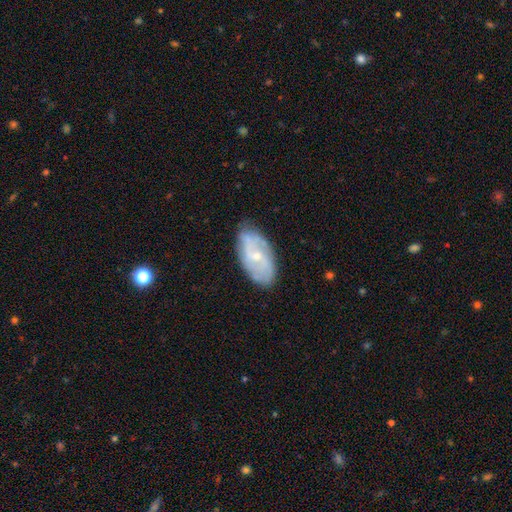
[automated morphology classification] Smooth or featured: featured or disk — 64% (smooth — 29%)
Edge-on disk: no — 92% (yes — 8%)
Bar: no — 49% (weak — 41%)
Spiral arms: yes — 75% (no — 25%)
Bulge size: small — 69% (moderate — 27%)
Merging: none — 76% (minor disturbance — 18%)